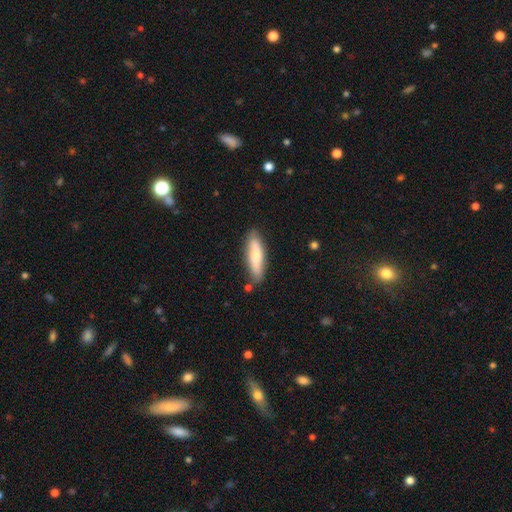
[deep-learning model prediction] Smooth or featured? Predicted: smooth (p=0.69). How rounded? Predicted: cigar-shaped (p=0.70). Merging? Predicted: none (p=0.80).